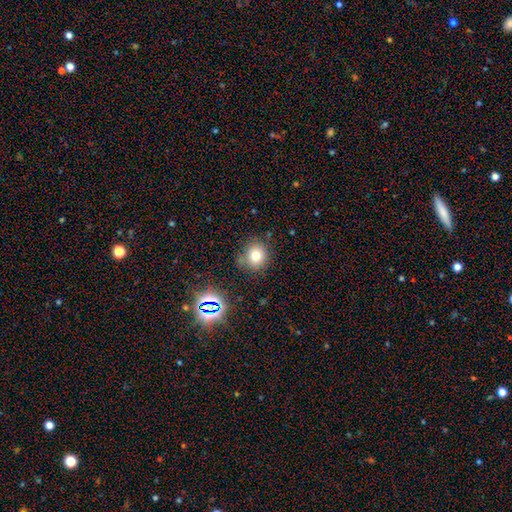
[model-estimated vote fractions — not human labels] Q: Smooth or featured?
A: smooth (74%); runner-up: star or artifact (17%)
Q: How rounded?
A: round (81%); runner-up: in between (18%)
Q: Merging?
A: none (76%); runner-up: minor disturbance (15%)